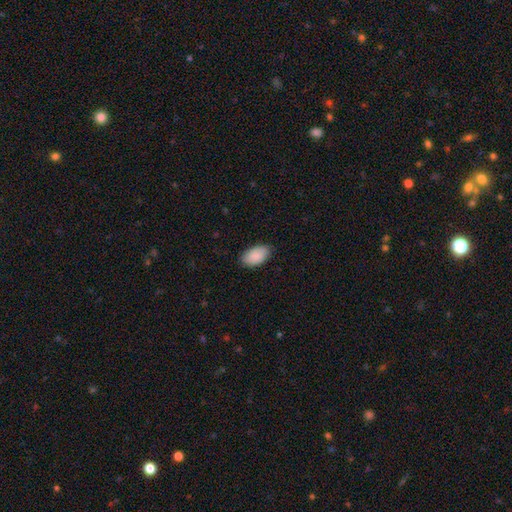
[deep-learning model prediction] smooth_or_featured: smooth (p=0.90) [alt: star or artifact p=0.06]
how_rounded: in between (p=0.95) [alt: round p=0.04]
merging: none (p=0.84) [alt: minor disturbance p=0.13]